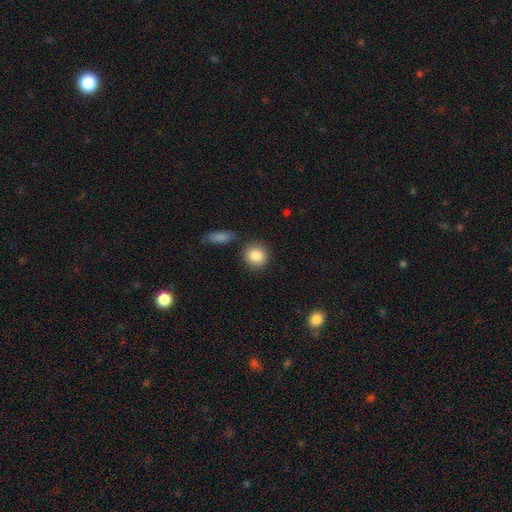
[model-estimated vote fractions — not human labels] A smooth galaxy with no disk features (88%) that is round (85%).

Vote fractions:
- Smooth or featured? smooth: 88% / star or artifact: 7% / featured or disk: 5%
- How rounded? round: 85% / in between: 14% / cigar-shaped: 1%
- Merging? none: 81% / minor disturbance: 10% / merger: 7% / major disturbance: 3%